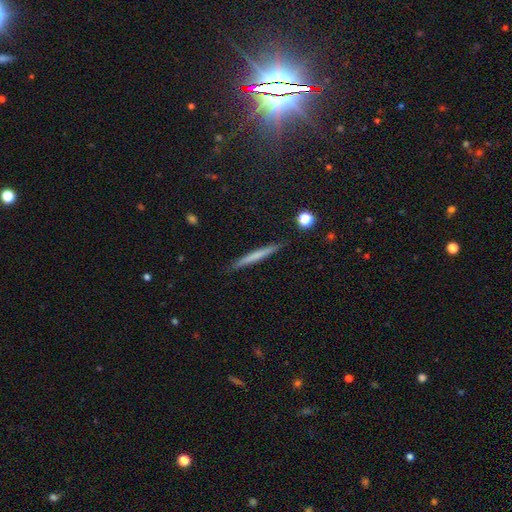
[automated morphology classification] smooth 57%, featured or disk 35%, star or artifact 8%. Down the decision tree: how rounded — cigar-shaped (96%); merging — none (90%).